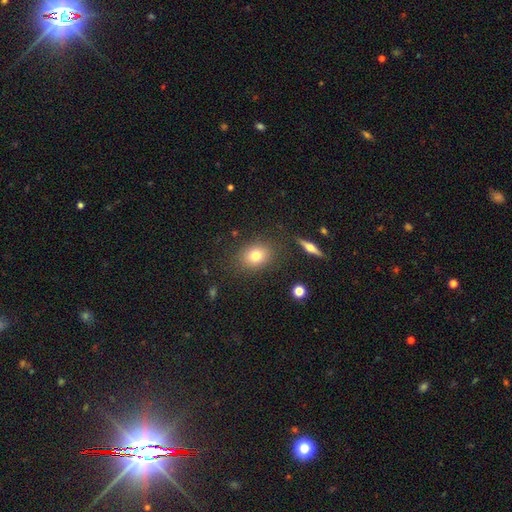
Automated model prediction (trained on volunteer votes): smooth 76%, featured or disk 13%, star or artifact 11%. Down the decision tree: how rounded — in between (54%); merging — none (83%).